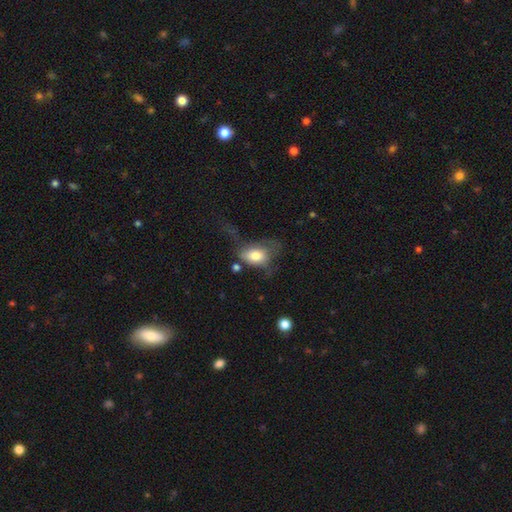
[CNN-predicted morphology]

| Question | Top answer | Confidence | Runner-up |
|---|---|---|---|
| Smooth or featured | smooth | 71% | featured or disk (21%) |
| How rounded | in between | 79% | round (19%) |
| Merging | major disturbance | 46% | minor disturbance (24%) |